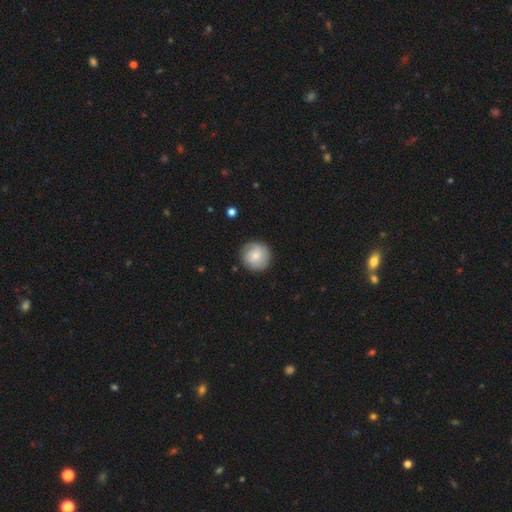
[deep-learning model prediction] This is likely a smooth galaxy (74%). How rounded: clearly round (95%). Merging: clearly none (86%).